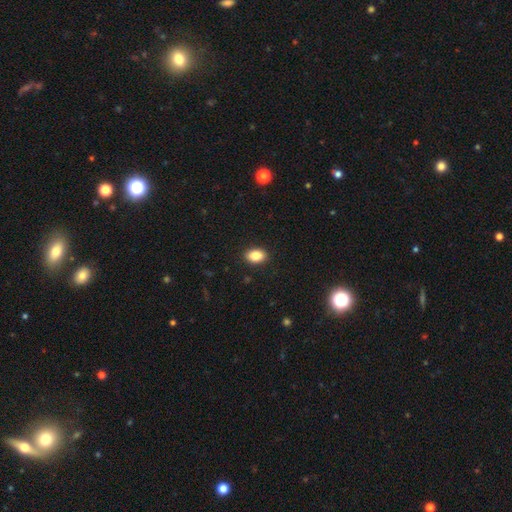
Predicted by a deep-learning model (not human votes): Morphology: type=smooth (86%); roundness=in between (84%); merging=none (90%).